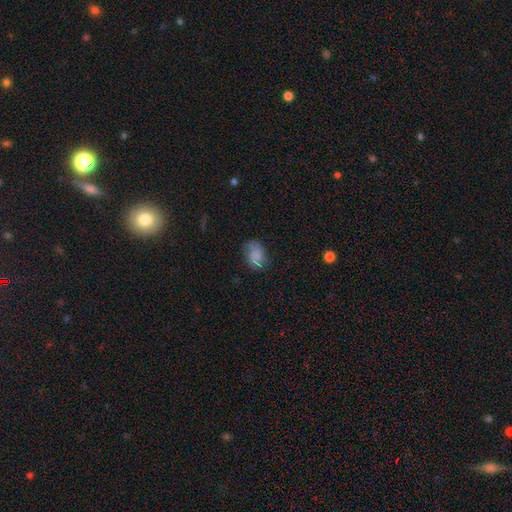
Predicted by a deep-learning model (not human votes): A smooth galaxy with no disk features (66%) that is in between round and cigar-shaped (73%).

Vote fractions:
- Smooth or featured? smooth: 66% / featured or disk: 23% / star or artifact: 11%
- How rounded? in between: 73% / round: 25% / cigar-shaped: 1%
- Merging? none: 61% / minor disturbance: 26% / major disturbance: 11% / merger: 2%